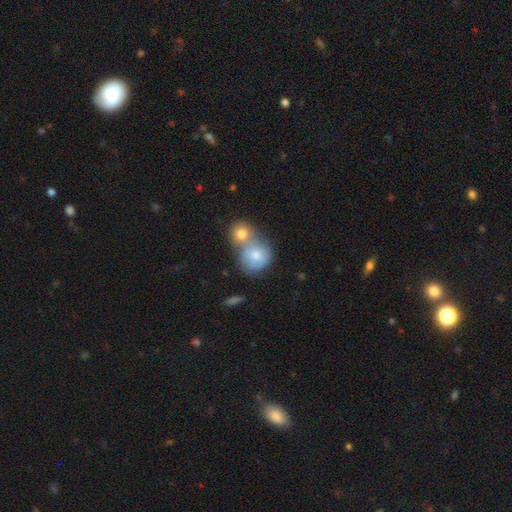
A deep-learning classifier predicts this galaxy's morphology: This appears to be a smooth galaxy with no disk features (71%) that is round (76%). Merging: merger (63%).